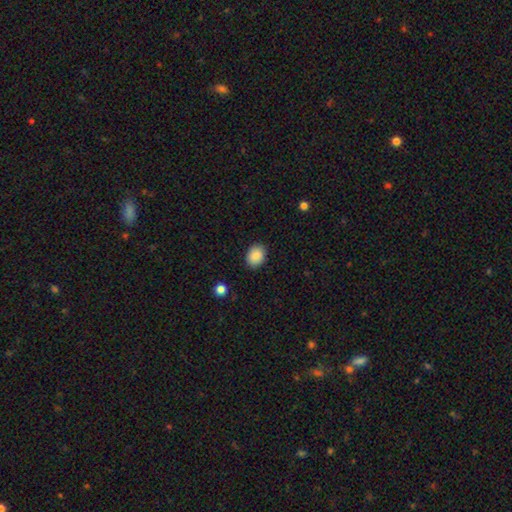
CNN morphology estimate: Smooth or featured? Predicted: smooth (p=0.88). How rounded? Predicted: in between (p=0.58). Merging? Predicted: none (p=0.88).